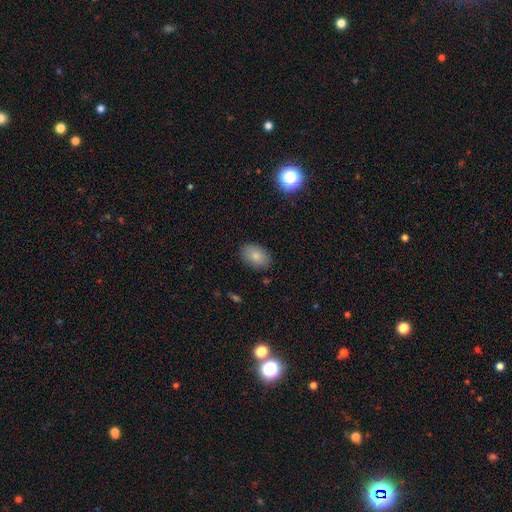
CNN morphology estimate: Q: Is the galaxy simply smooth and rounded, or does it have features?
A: smooth — 84%.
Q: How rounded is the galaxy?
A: in between — 87%.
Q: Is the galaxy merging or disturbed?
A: none — 86%.